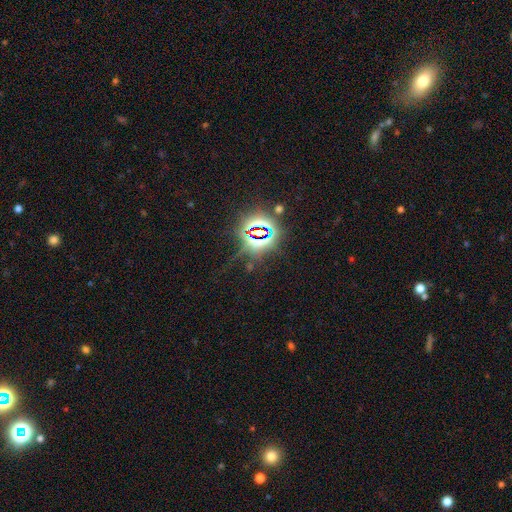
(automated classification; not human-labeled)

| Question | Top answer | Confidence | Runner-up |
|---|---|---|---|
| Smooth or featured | star or artifact | 81% | smooth (12%) |